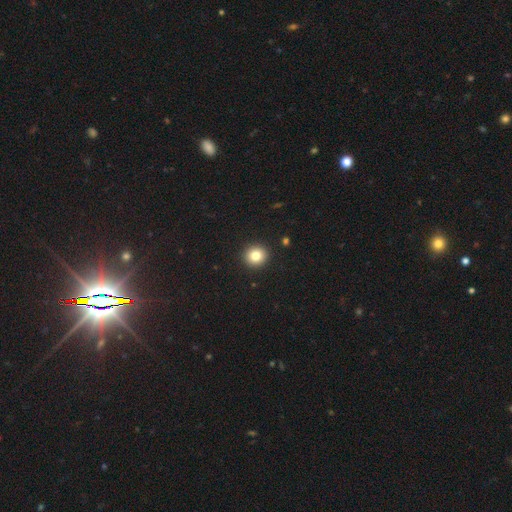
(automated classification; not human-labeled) A smooth galaxy with no disk features (82%) that is round (89%). Merging: none (92%).